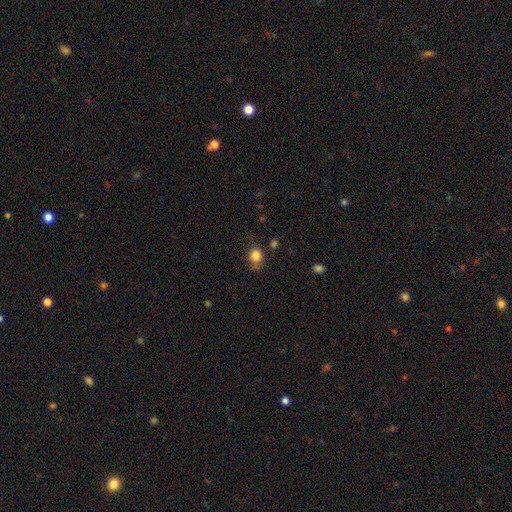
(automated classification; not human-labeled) smooth-or-featured: smooth: 84% | star or artifact: 10% | featured or disk: 6%
  how-rounded: round: 68% | in between: 31% | cigar-shaped: 1%
  merging: none: 63% | minor disturbance: 27% | major disturbance: 8% | merger: 3%